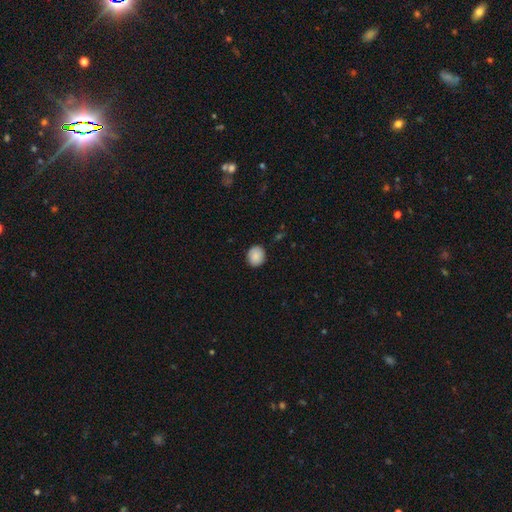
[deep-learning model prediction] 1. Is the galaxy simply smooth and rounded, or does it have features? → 88% smooth, 8% star or artifact, 4% featured or disk.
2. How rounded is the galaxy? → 74% round, 25% in between, 1% cigar-shaped.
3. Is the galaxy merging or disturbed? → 88% none, 9% minor disturbance, 2% major disturbance, 1% merger.